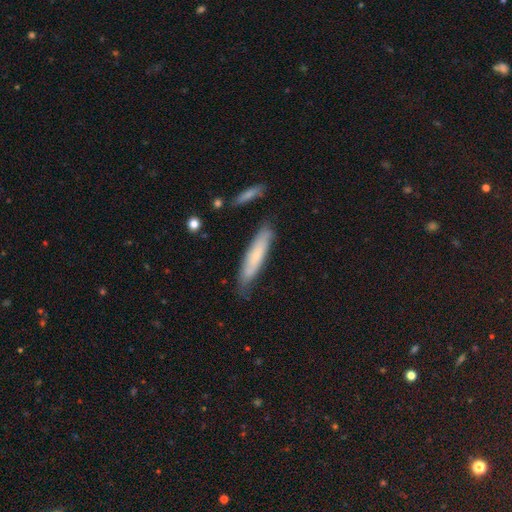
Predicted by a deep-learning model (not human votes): Smooth or featured: smooth — 61% (featured or disk — 32%)
How rounded: cigar-shaped — 85% (in between — 14%)
Merging: none — 75% (minor disturbance — 18%)